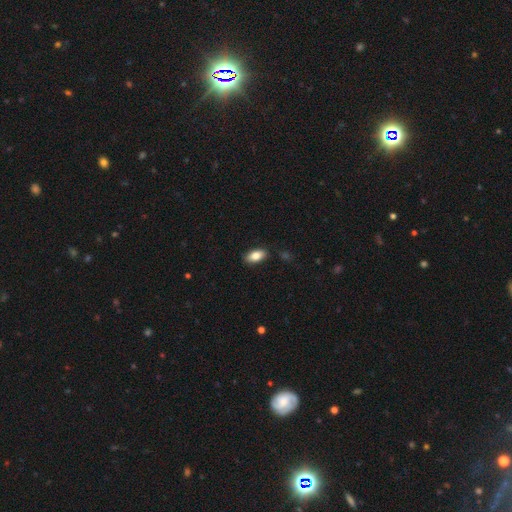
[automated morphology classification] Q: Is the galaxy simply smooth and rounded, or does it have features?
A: smooth — 84%.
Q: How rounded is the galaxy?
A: in between — 92%.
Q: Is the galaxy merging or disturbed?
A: none — 87%.